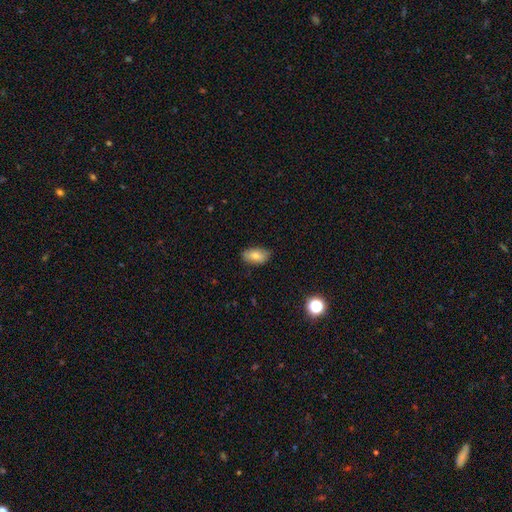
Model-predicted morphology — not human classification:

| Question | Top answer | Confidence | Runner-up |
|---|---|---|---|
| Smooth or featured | smooth | 79% | featured or disk (13%) |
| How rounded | in between | 92% | round (6%) |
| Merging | none | 80% | minor disturbance (17%) |